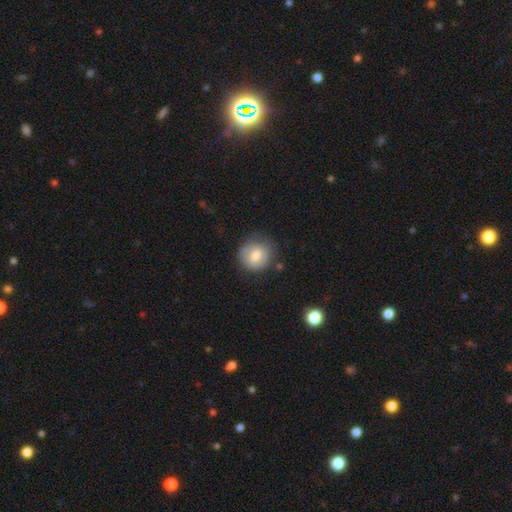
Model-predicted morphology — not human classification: Overall: smooth (72%). How rounded: round (83%). Merging: none (72%).